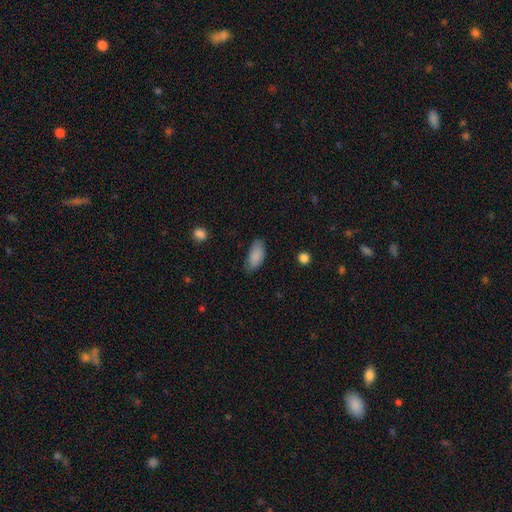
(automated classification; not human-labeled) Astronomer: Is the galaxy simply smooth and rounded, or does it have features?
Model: smooth — 87%.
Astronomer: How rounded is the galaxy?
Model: in between — 91%.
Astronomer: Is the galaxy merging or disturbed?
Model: none — 72%.